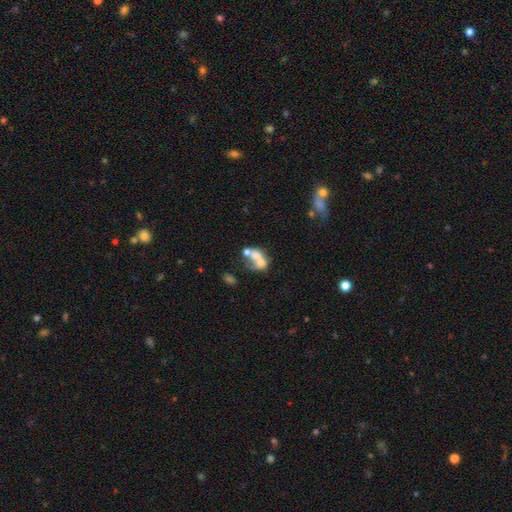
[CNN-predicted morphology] smooth 49%, featured or disk 38%, star or artifact 12%. Down the decision tree: merging — merger (61%).